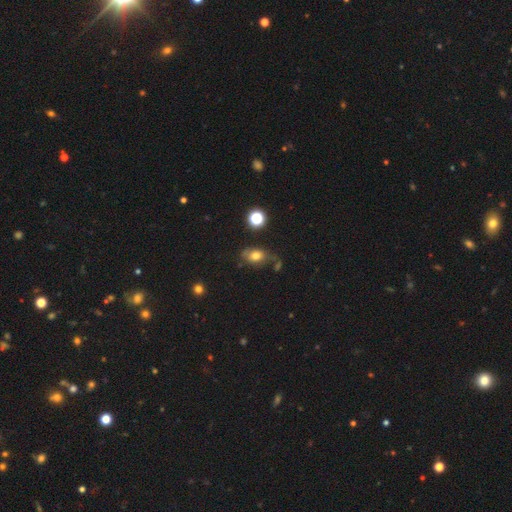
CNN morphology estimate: Smooth or featured?
  - smooth: 69% *
  - featured or disk: 17%
  - star or artifact: 14%
How rounded?
  - in between: 75% *
  - round: 22%
  - cigar-shaped: 3%
Merging?
  - none: 55% *
  - minor disturbance: 24%
  - major disturbance: 11%
  - merger: 10%